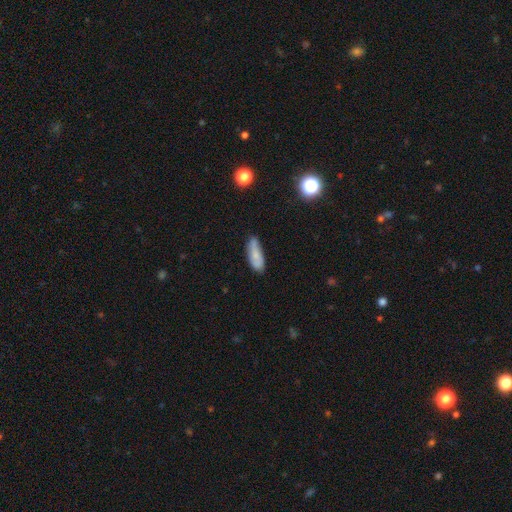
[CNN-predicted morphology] Smooth or featured? Predicted: smooth (p=0.72). How rounded? Predicted: in between (p=0.64). Merging? Predicted: none (p=0.62).